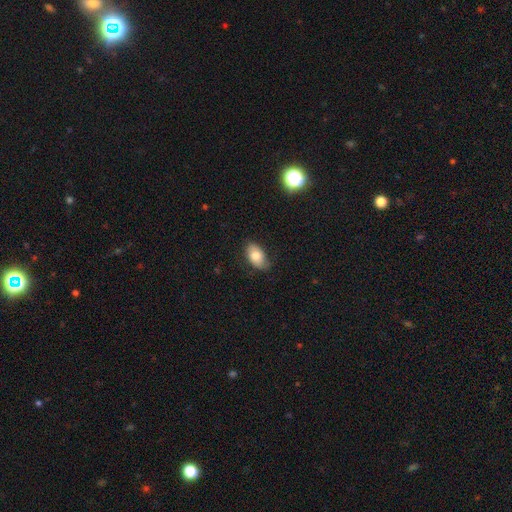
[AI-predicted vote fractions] Smooth or featured: smooth — 78% (featured or disk — 14%)
How rounded: in between — 92% (round — 7%)
Merging: none — 76% (minor disturbance — 19%)